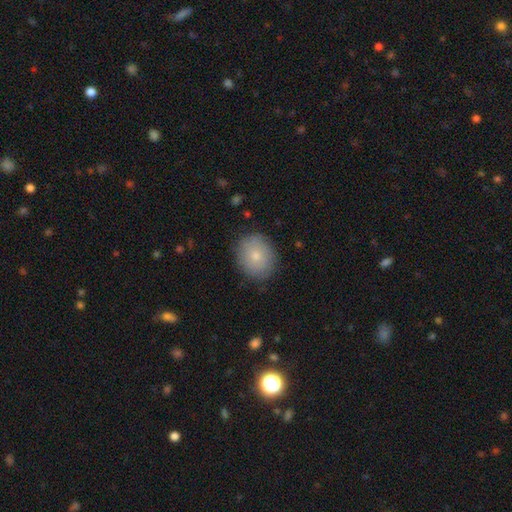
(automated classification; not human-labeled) Morphology: type=smooth (78%); roundness=round (62%); merging=none (85%).